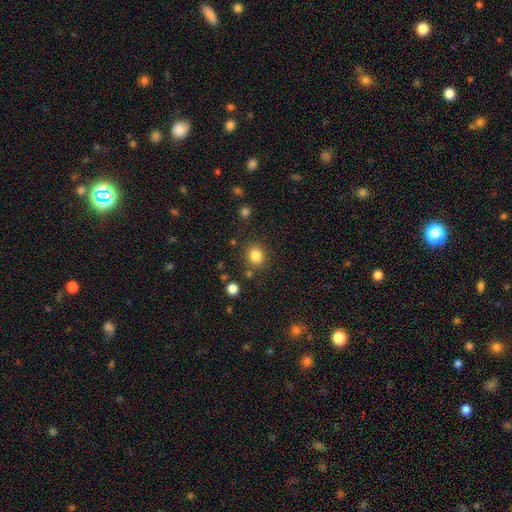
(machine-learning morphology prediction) Q: Smooth or featured?
A: smooth (84%); runner-up: star or artifact (12%)
Q: How rounded?
A: round (84%); runner-up: in between (15%)
Q: Merging?
A: none (84%); runner-up: minor disturbance (8%)